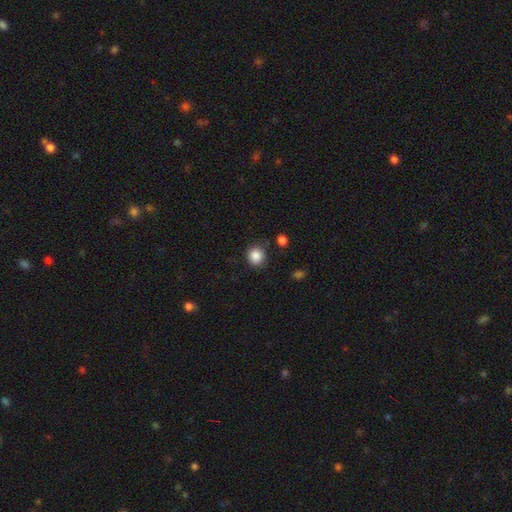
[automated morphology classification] Overall: smooth (87%). How rounded: round (87%). Merging: none (83%).